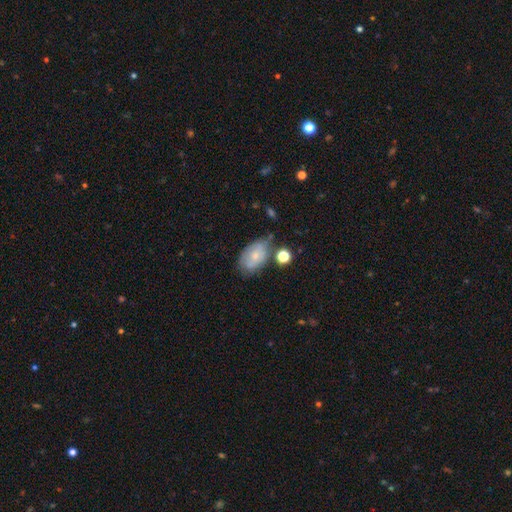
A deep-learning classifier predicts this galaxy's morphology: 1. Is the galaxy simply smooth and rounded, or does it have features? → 59% smooth, 32% featured or disk, 9% star or artifact.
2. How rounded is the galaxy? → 88% in between, 10% round, 2% cigar-shaped.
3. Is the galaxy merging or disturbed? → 53% none, 28% minor disturbance, 10% merger, 9% major disturbance.